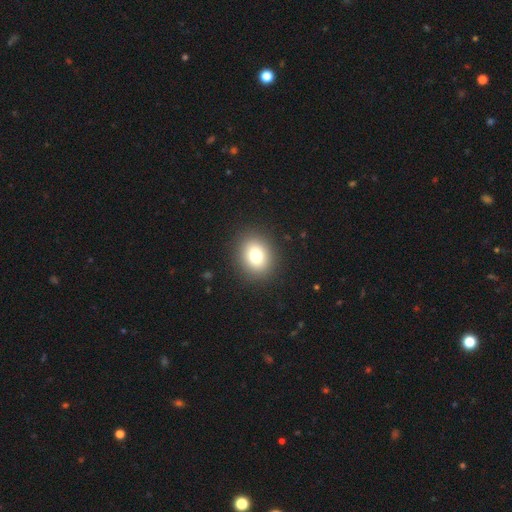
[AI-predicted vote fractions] smooth 79%, star or artifact 11%, featured or disk 10%. Down the decision tree: how rounded — round (61%); merging — none (90%).